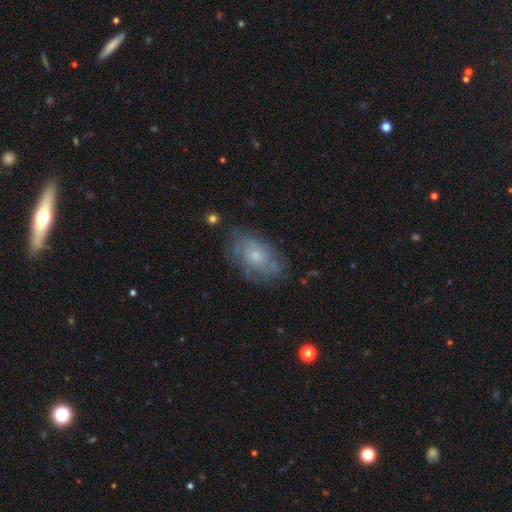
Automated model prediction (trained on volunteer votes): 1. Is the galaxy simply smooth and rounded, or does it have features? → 62% featured or disk, 30% smooth, 8% star or artifact.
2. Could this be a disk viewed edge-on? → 95% no, 5% yes.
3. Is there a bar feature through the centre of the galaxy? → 82% no, 15% weak, 2% strong.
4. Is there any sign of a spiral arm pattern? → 76% yes, 24% no.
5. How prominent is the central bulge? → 67% small, 27% moderate, 3% none, 2% large, 1% dominant.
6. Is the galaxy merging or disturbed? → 70% none, 20% minor disturbance, 8% major disturbance, 2% merger.